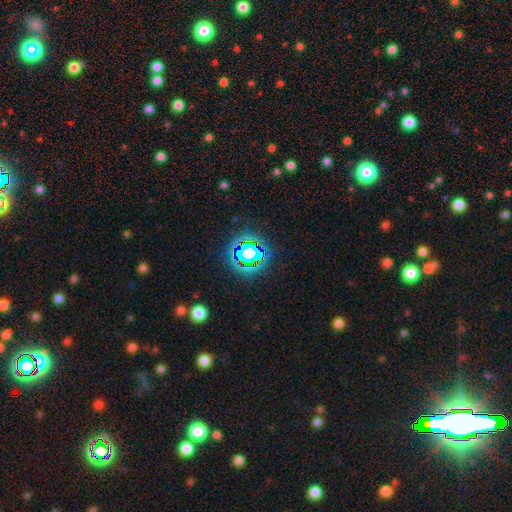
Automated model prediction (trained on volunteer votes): Smooth or featured? Predicted: star or artifact (p=0.78).